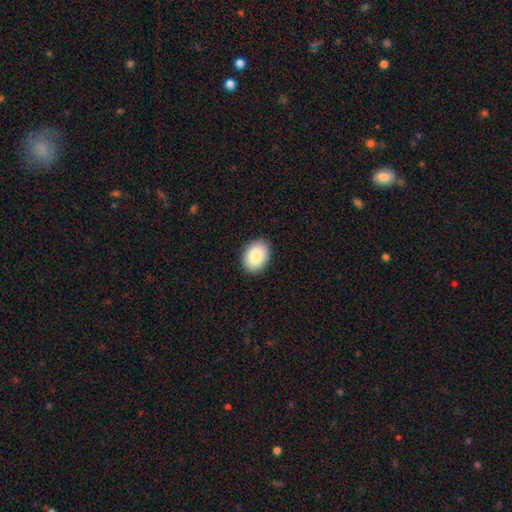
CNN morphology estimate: Overall: smooth (89%). How rounded: in between (78%). Merging: none (89%).